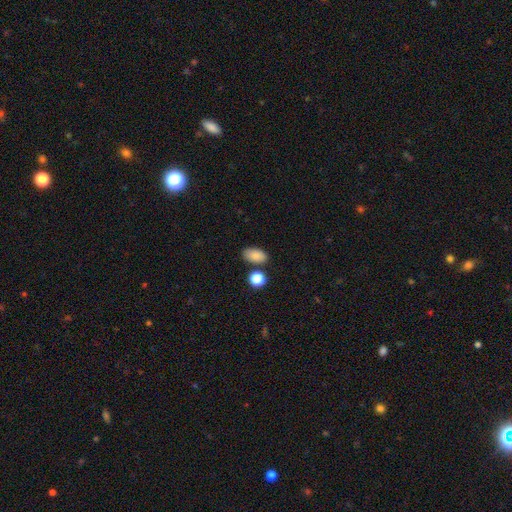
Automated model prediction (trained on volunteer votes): This is clearly a smooth galaxy (85%). How rounded: clearly in between (90%). Merging: likely none (76%).